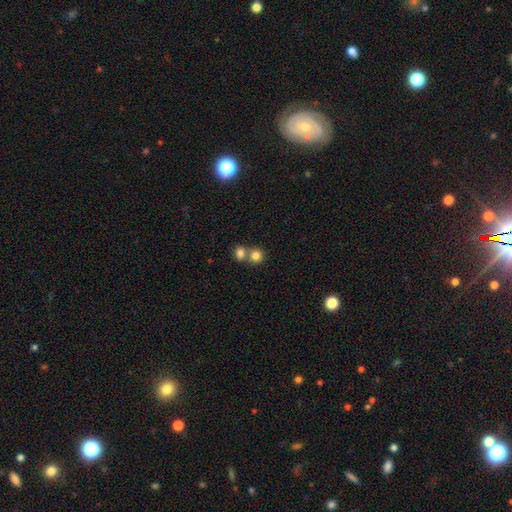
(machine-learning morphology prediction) Overall: smooth (82%). How rounded: round (83%). Merging: merger (49%; none 43%).